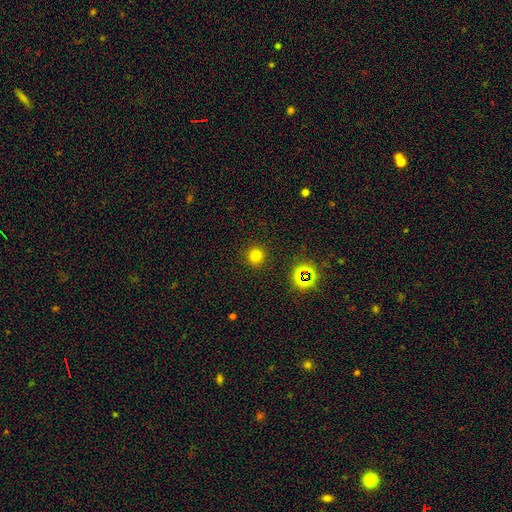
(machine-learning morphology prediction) Smooth or featured?
  - smooth: 75% *
  - star or artifact: 19%
  - featured or disk: 5%
How rounded?
  - round: 95% *
  - in between: 4%
  - cigar-shaped: 1%
Merging?
  - none: 91% *
  - minor disturbance: 5%
  - major disturbance: 2%
  - merger: 1%